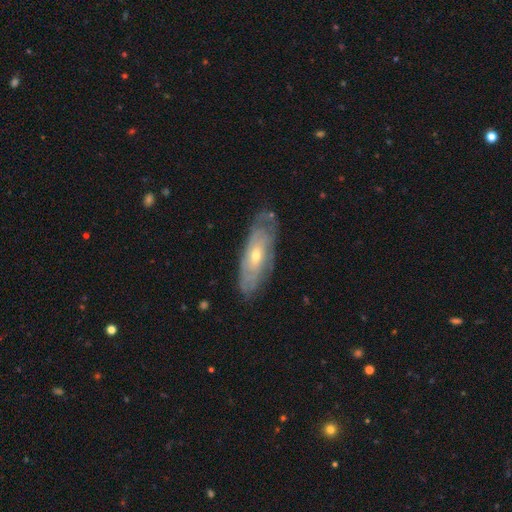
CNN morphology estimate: The model was most divided on "bulge size": small: 50%, moderate: 47%, large: 2%, none: 1%, dominant: 1%. More confident: edge-on disk — no (81%); spiral arms — yes (78%); merging — none (72%); smooth or featured — featured or disk (72%); bar — no (68%).